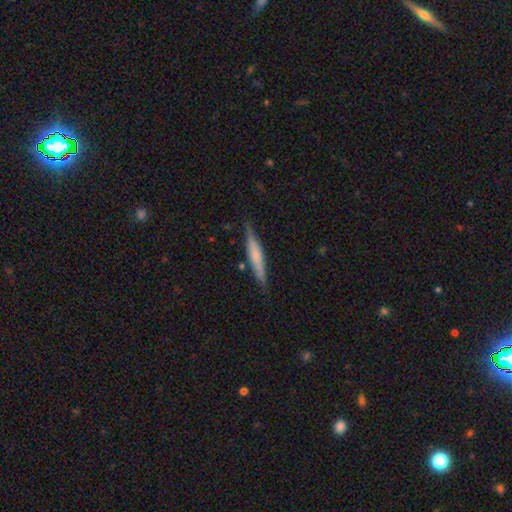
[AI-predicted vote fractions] smooth_or_featured: smooth (p=0.49) [alt: featured or disk p=0.45]
merging: none (p=0.84) [alt: minor disturbance p=0.11]